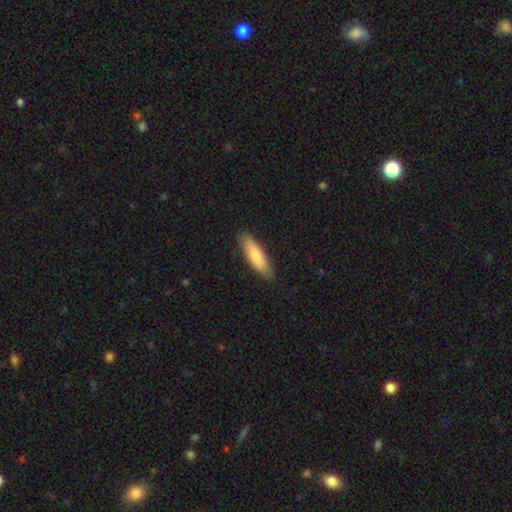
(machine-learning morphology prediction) Smooth or featured?
  - smooth: 75% *
  - featured or disk: 19%
  - star or artifact: 5%
How rounded?
  - cigar-shaped: 56% *
  - in between: 42%
  - round: 2%
Merging?
  - none: 85% *
  - minor disturbance: 12%
  - major disturbance: 2%
  - merger: 1%